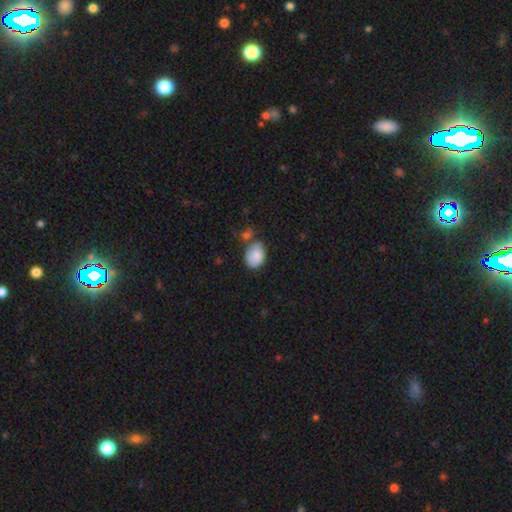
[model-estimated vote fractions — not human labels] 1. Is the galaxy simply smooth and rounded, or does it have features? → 84% smooth, 9% featured or disk, 7% star or artifact.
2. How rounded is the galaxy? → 81% in between, 18% round, 1% cigar-shaped.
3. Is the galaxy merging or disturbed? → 56% none, 23% minor disturbance, 15% merger, 6% major disturbance.